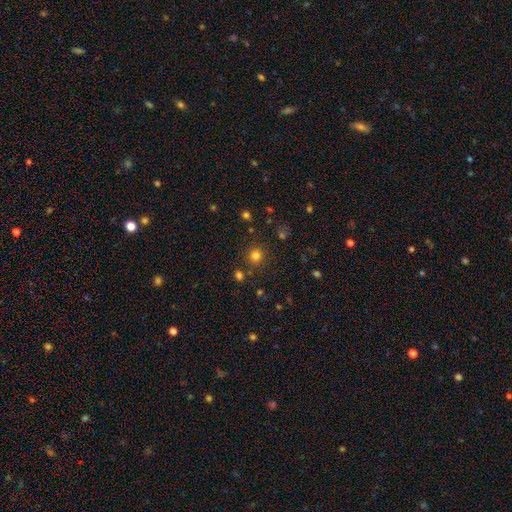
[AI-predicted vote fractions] A smooth galaxy with no disk features (78%) that is round (92%).

Vote fractions:
- Smooth or featured? smooth: 78% / star or artifact: 16% / featured or disk: 5%
- How rounded? round: 92% / in between: 7% / cigar-shaped: 1%
- Merging? none: 85% / minor disturbance: 7% / merger: 5% / major disturbance: 3%